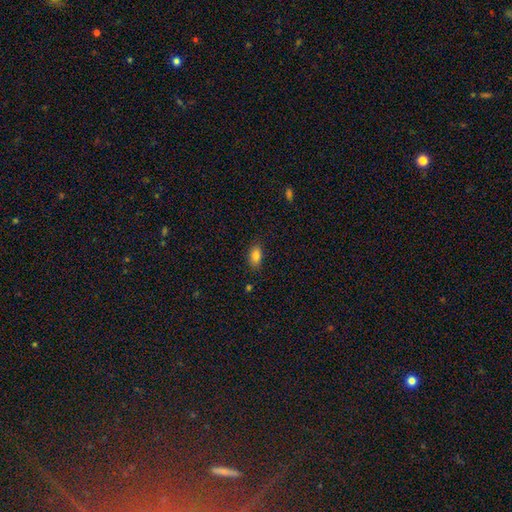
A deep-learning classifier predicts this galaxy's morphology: Q: Smooth or featured?
A: smooth (83%); runner-up: star or artifact (9%)
Q: How rounded?
A: in between (90%); runner-up: round (7%)
Q: Merging?
A: none (85%); runner-up: minor disturbance (11%)